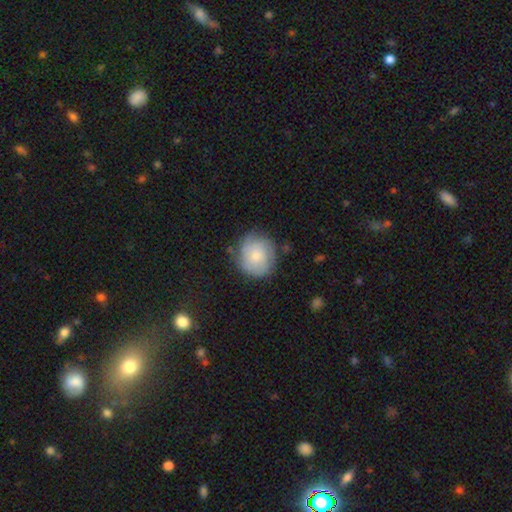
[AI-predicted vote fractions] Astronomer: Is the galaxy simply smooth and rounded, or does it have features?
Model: smooth — 54% (runner-up: featured or disk, 38%).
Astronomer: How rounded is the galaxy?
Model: round — 83%.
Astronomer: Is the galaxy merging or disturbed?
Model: none — 71%.